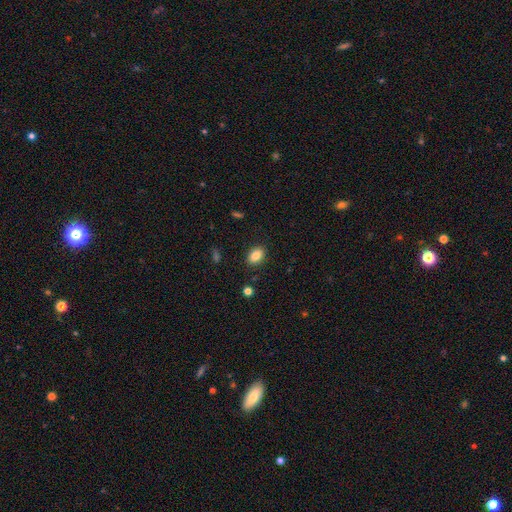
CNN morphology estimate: smooth 85%, star or artifact 9%, featured or disk 6%. Down the decision tree: how rounded — in between (80%); merging — none (88%).